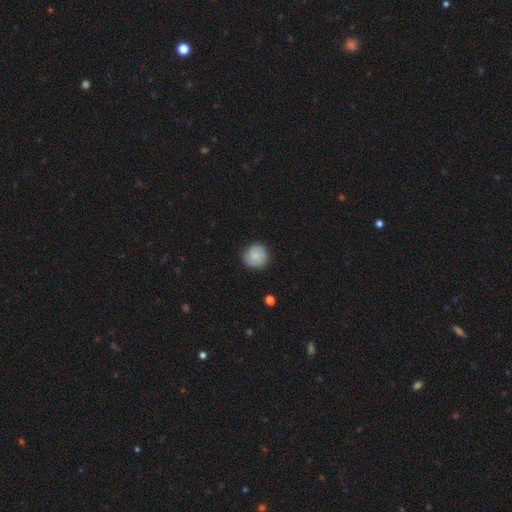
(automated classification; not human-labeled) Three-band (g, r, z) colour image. It shows a smooth galaxy with no disk features (75%) that is round (92%). Merging: none (84%).